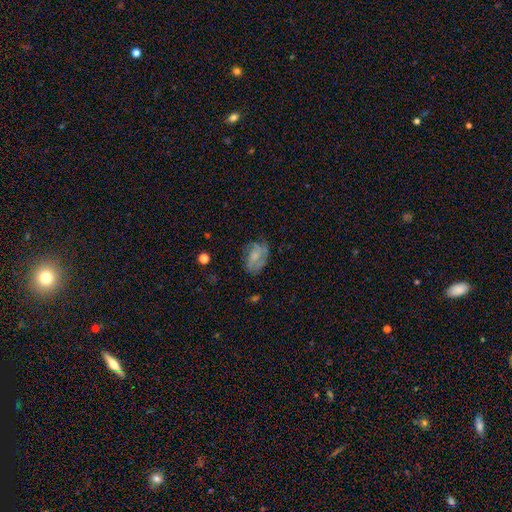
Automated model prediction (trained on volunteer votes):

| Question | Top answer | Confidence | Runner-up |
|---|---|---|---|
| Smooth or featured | featured or disk | 52% | smooth (38%) |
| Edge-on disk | no | 97% | yes (3%) |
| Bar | no | 70% | weak (25%) |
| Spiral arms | yes | 70% | no (30%) |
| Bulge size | small | 38% | moderate (29%) |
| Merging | none | 57% | minor disturbance (25%) |